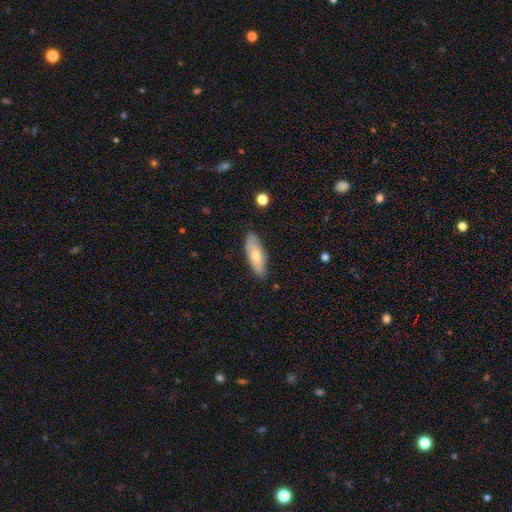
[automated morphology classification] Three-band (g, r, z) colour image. It shows a smooth galaxy with no disk features (56%) that is in between round and cigar-shaped (66%). Merging: none (83%).